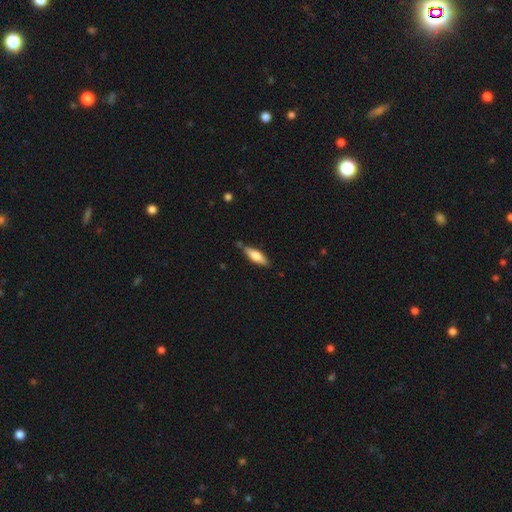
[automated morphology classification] A smooth galaxy with no disk features (68%) that is in between round and cigar-shaped (50%). Merging: none (78%).